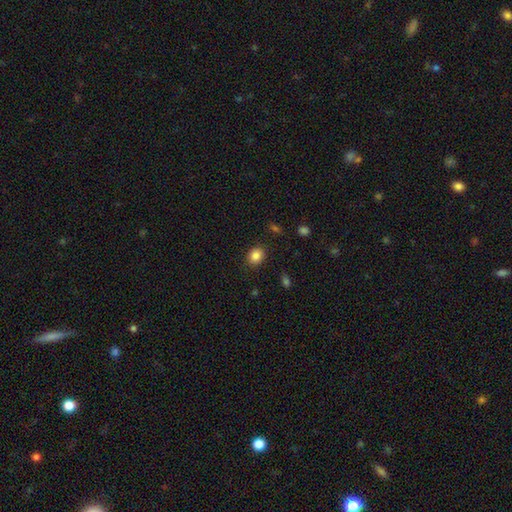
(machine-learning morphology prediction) The model was most divided on "how rounded": round: 60%, in between: 39%, cigar-shaped: 1%. More confident: merging — none (87%); smooth or featured — smooth (85%).